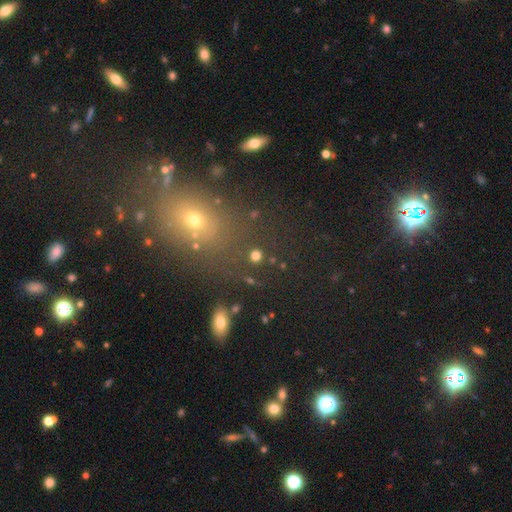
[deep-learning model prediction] A smooth galaxy with no disk features (75%) that is round (87%).

Vote fractions:
- Smooth or featured? smooth: 75% / star or artifact: 19% / featured or disk: 6%
- How rounded? round: 87% / in between: 11% / cigar-shaped: 1%
- Merging? none: 83% / minor disturbance: 7% / merger: 6% / major disturbance: 4%